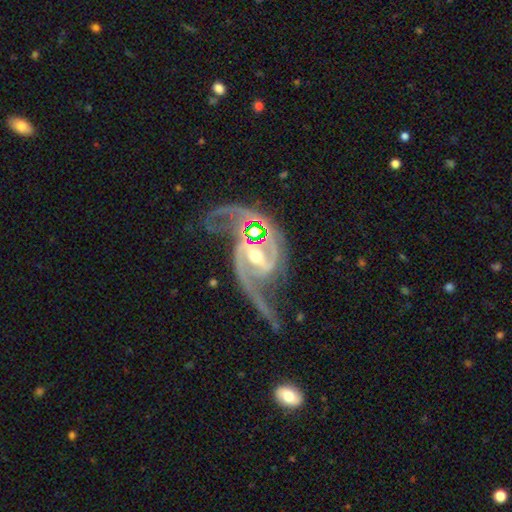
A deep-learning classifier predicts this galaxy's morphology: Overall: featured or disk (91%). Edge-on disk: no (97%). Bar: strong (50%; weak 35%). Spiral arms: yes (98%). Spiral arm count: 2 (88%). Spiral winding: medium (49%; loose 35%). Bulge size: moderate (61%; small 33%). Merging: none (47%; major disturbance 20%).